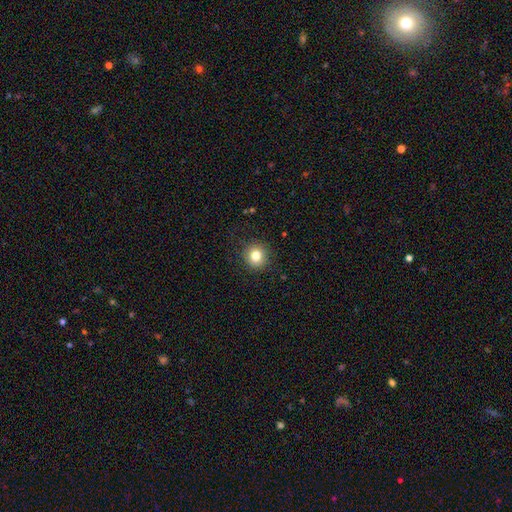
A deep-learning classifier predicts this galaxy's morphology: Smooth or featured: smooth — 81% (star or artifact — 12%)
How rounded: round — 92% (in between — 7%)
Merging: none — 90% (minor disturbance — 6%)